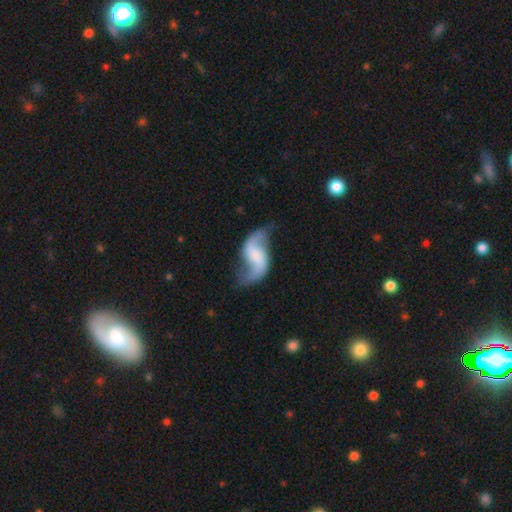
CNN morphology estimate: Q: Smooth or featured?
A: featured or disk (85%); runner-up: smooth (9%)
Q: Edge-on disk?
A: no (97%); runner-up: yes (3%)
Q: Bar?
A: weak (42%); runner-up: no (36%)
Q: Spiral arms?
A: yes (96%); runner-up: no (4%)
Q: Spiral winding?
A: loose (83%); runner-up: medium (14%)
Q: Spiral arm count?
A: 2 (93%); runner-up: 1 (2%)
Q: Bulge size?
A: none (50%); runner-up: small (21%)
Q: Merging?
A: none (69%); runner-up: minor disturbance (18%)